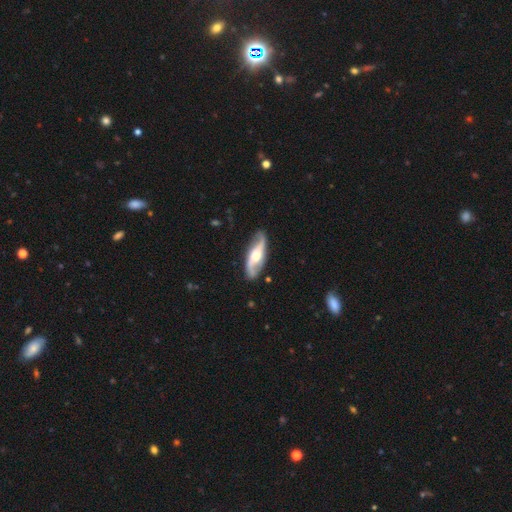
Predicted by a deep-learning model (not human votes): Smooth or featured?
  - featured or disk: 78% *
  - smooth: 17%
  - star or artifact: 5%
Edge-on disk?
  - no: 85% *
  - yes: 15%
Bar?
  - no: 48% *
  - weak: 36%
  - strong: 16%
Spiral arms?
  - yes: 94% *
  - no: 6%
Spiral winding?
  - loose: 51% *
  - medium: 36%
  - tight: 13%
Spiral arm count?
  - 2: 91% *
  - can't tell: 4%
  - 1: 2%
  - 3: 1%
  - 4: 1%
  - more than 4: 1%
Bulge size?
  - moderate: 50% *
  - large: 31%
  - small: 12%
  - none: 4%
  - dominant: 3%
Merging?
  - none: 82% *
  - minor disturbance: 13%
  - major disturbance: 4%
  - merger: 2%